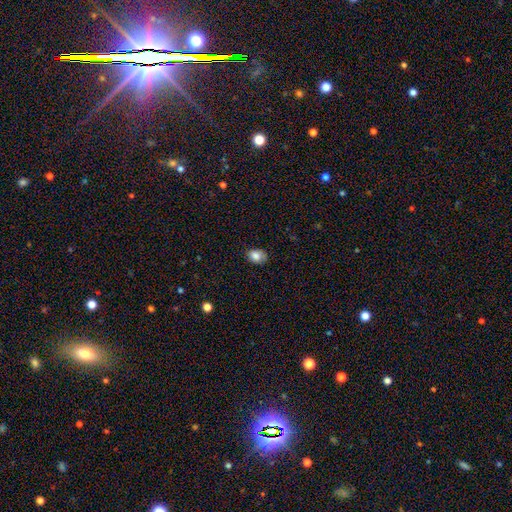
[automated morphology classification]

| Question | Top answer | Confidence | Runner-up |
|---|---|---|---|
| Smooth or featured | smooth | 83% | star or artifact (9%) |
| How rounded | in between | 69% | round (30%) |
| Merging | none | 72% | minor disturbance (23%) |